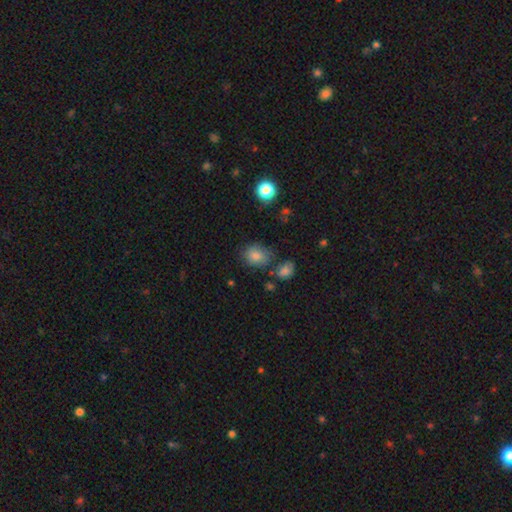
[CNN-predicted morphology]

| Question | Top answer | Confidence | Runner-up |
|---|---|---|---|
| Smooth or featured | smooth | 81% | star or artifact (12%) |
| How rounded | round | 55% | in between (44%) |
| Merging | none | 71% | minor disturbance (18%) |